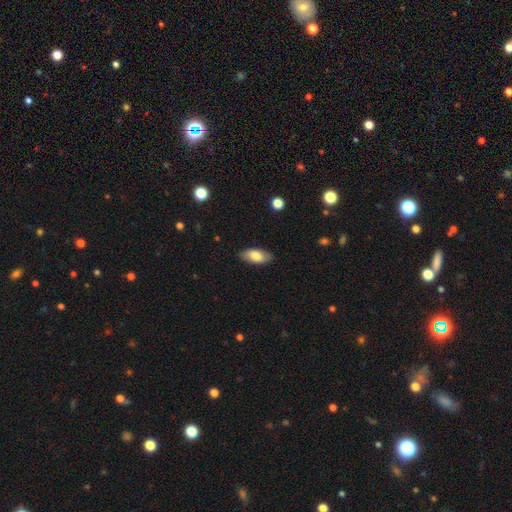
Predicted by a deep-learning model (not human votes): This appears to be a smooth galaxy with no disk features (78%) that is in between round and cigar-shaped (91%). Merging: none (86%).